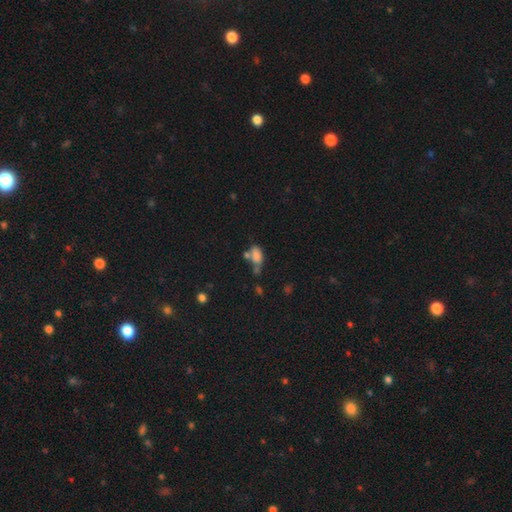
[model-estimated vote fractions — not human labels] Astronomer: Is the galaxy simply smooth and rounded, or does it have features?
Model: smooth — 75%.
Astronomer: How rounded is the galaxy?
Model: in between — 86%.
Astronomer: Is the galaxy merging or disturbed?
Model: merger — 34% (runner-up: none, 31%).